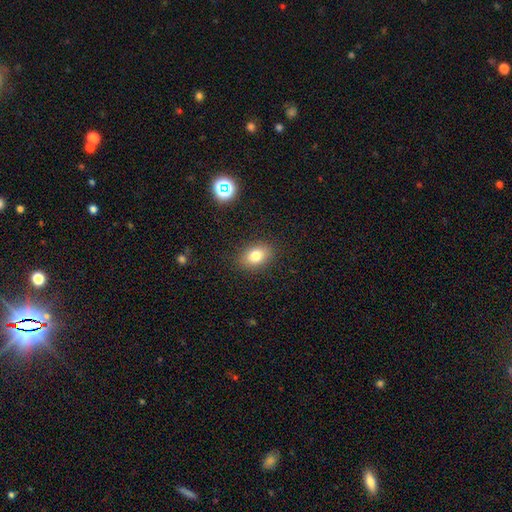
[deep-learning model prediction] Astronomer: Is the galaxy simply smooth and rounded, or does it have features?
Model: smooth — 78%.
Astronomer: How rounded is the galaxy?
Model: in between — 73%.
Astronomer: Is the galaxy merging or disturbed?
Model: none — 87%.